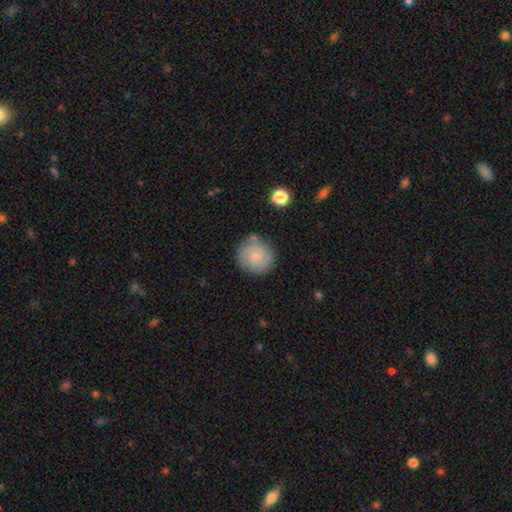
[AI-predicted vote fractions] smooth_or_featured: featured or disk (p=0.49) [alt: smooth p=0.43]
merging: none (p=0.76) [alt: minor disturbance p=0.16]